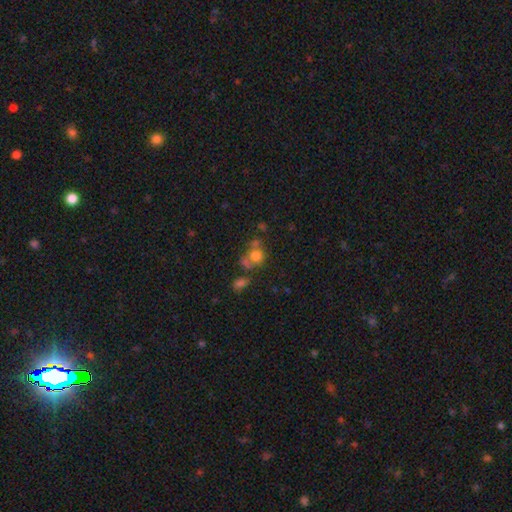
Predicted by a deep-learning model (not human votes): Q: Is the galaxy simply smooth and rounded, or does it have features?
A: smooth — 72%.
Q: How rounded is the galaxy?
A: round — 77%.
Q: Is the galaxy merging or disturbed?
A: none — 43%.